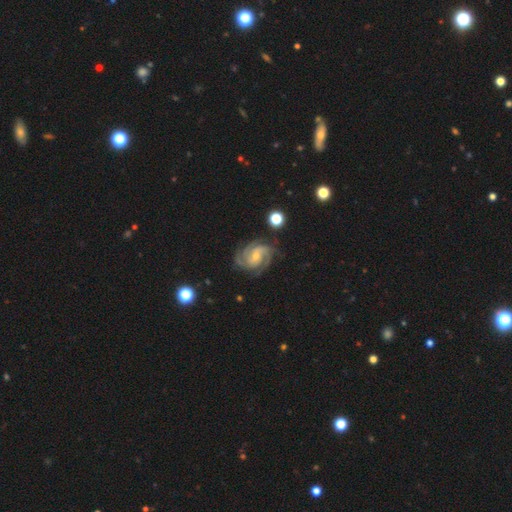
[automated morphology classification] Smooth or featured: featured or disk — 90% (star or artifact — 5%)
Edge-on disk: no — 98% (yes — 2%)
Bar: no — 44% (tied with weak — 44%)
Spiral arms: yes — 98% (no — 2%)
Spiral winding: tight — 54% (medium — 40%)
Spiral arm count: 3 — 42% (2 — 21%)
Bulge size: small — 60% (moderate — 35%)
Merging: none — 75% (minor disturbance — 16%)